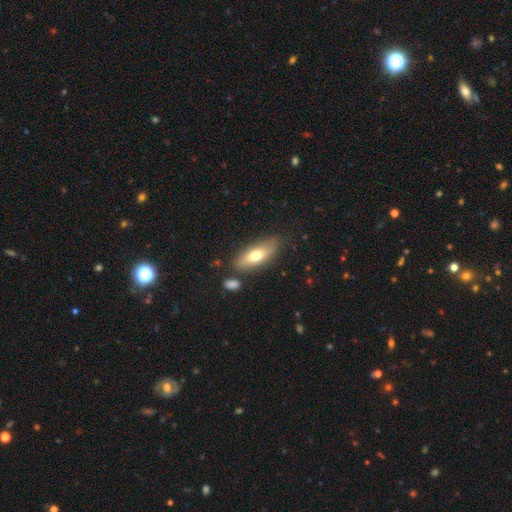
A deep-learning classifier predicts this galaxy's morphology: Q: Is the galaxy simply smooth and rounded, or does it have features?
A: smooth — 66%.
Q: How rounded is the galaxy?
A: in between — 67%.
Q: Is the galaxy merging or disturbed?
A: none — 73%.